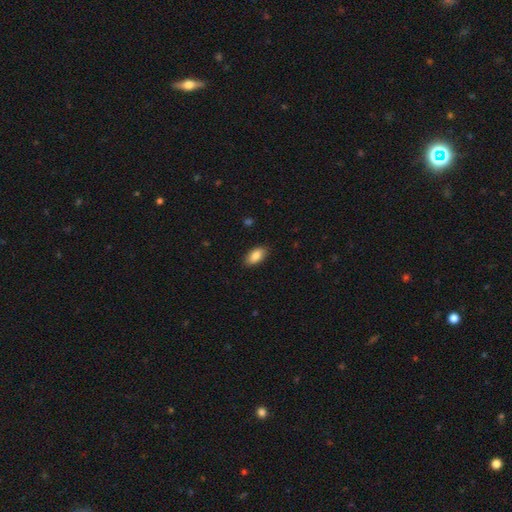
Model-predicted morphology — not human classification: The model was most divided on "merging": none: 88%, minor disturbance: 9%, major disturbance: 2%, merger: 1%. More confident: how rounded — in between (93%); smooth or featured — smooth (87%).